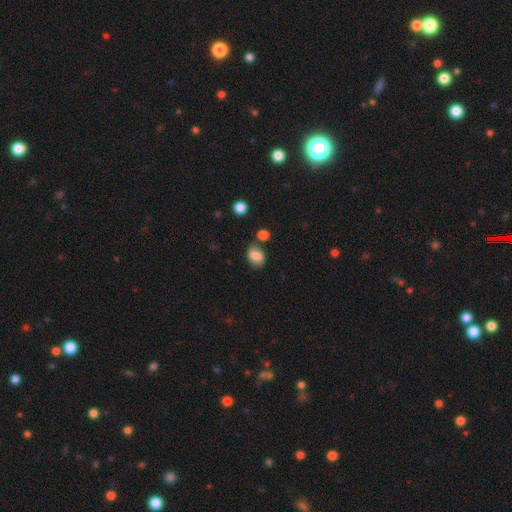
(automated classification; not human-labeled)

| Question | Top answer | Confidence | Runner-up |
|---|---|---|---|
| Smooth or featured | smooth | 78% | featured or disk (13%) |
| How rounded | in between | 70% | round (29%) |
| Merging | none | 65% | minor disturbance (20%) |